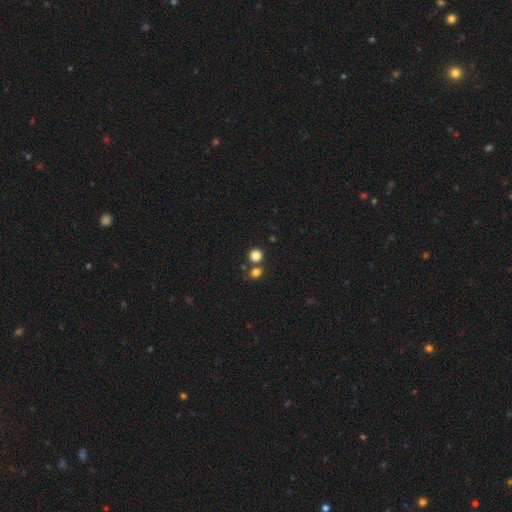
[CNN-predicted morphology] Overall: smooth (83%). How rounded: round (89%). Merging: none (70%).